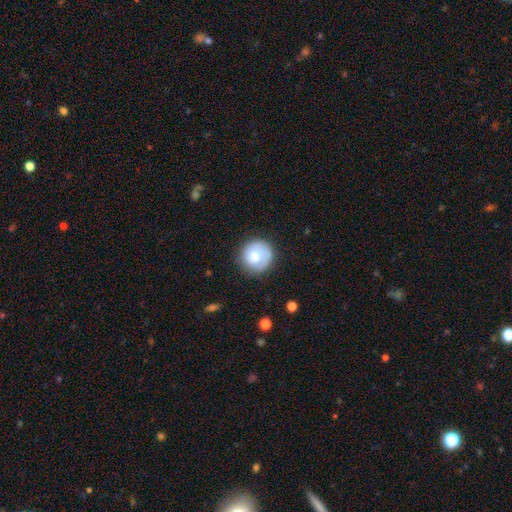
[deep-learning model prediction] smooth-or-featured: smooth: 66% | featured or disk: 27% | star or artifact: 7%
  how-rounded: round: 91% | in between: 8% | cigar-shaped: 1%
  merging: none: 75% | minor disturbance: 17% | major disturbance: 7% | merger: 2%